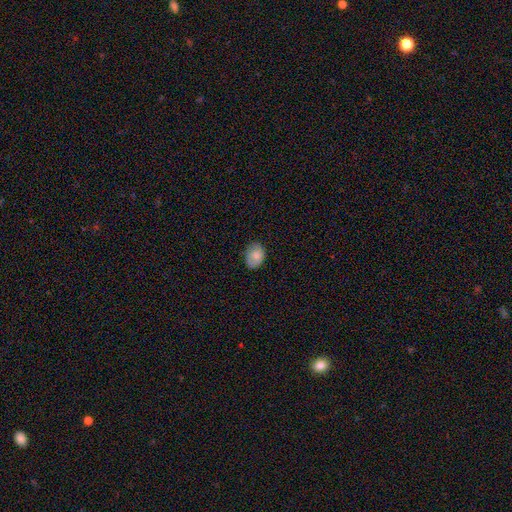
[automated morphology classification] Smooth or featured? Predicted: smooth (p=0.80). How rounded? Predicted: in between (p=0.71). Merging? Predicted: none (p=0.74).